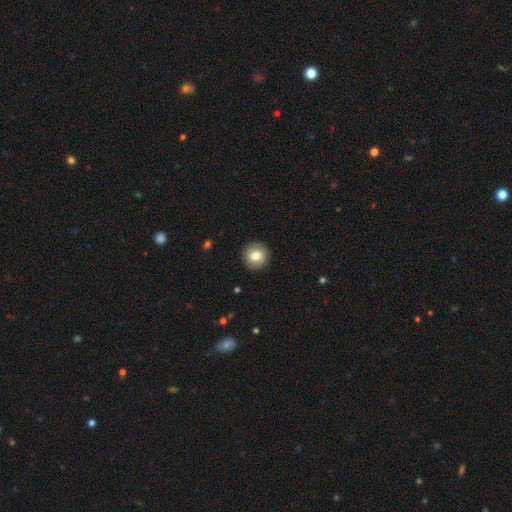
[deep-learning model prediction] A smooth galaxy with no disk features (80%) that is round (94%). Merging: none (92%).